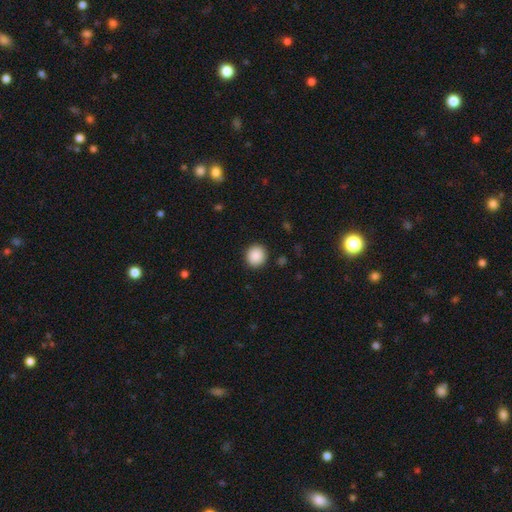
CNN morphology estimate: A smooth galaxy with no disk features (89%) that is round (90%).

Vote fractions:
- Smooth or featured? smooth: 89% / star or artifact: 8% / featured or disk: 3%
- How rounded? round: 90% / in between: 9% / cigar-shaped: 1%
- Merging? none: 91% / minor disturbance: 6% / major disturbance: 2% / merger: 1%